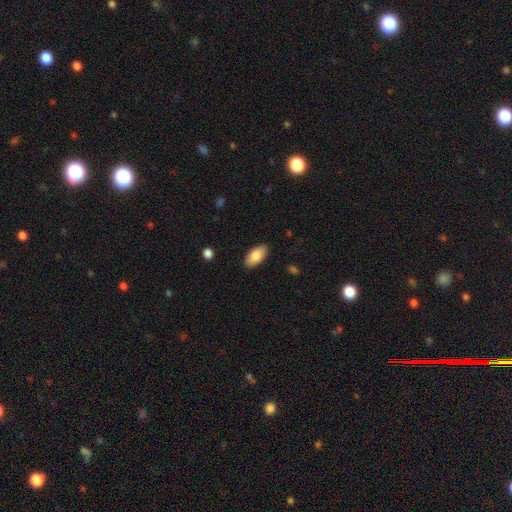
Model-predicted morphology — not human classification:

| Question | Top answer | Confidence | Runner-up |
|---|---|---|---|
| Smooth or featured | smooth | 86% | featured or disk (8%) |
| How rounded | in between | 94% | cigar-shaped (4%) |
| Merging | none | 87% | minor disturbance (10%) |